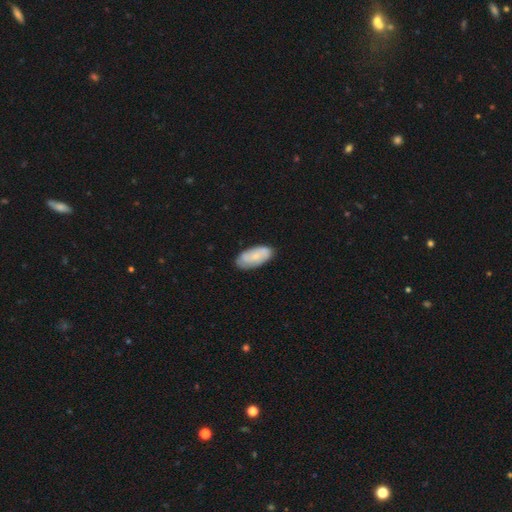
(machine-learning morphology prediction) smooth-or-featured: smooth: 63% | featured or disk: 30% | star or artifact: 6%
  how-rounded: in between: 89% | cigar-shaped: 9% | round: 2%
  merging: none: 80% | minor disturbance: 15% | major disturbance: 3% | merger: 1%